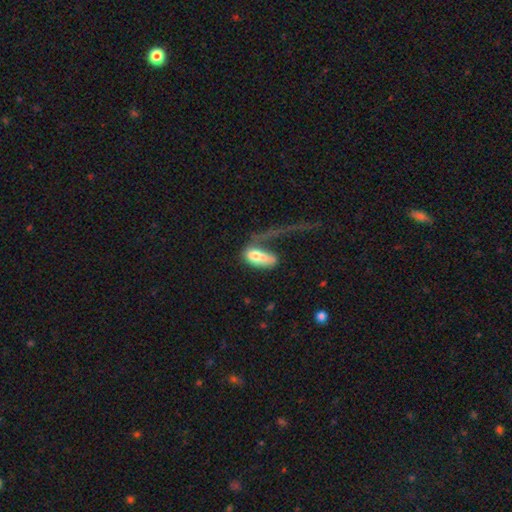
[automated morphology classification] This is likely a smooth galaxy (67%). How rounded: clearly in between (86%). Merging: possibly major disturbance (59%).